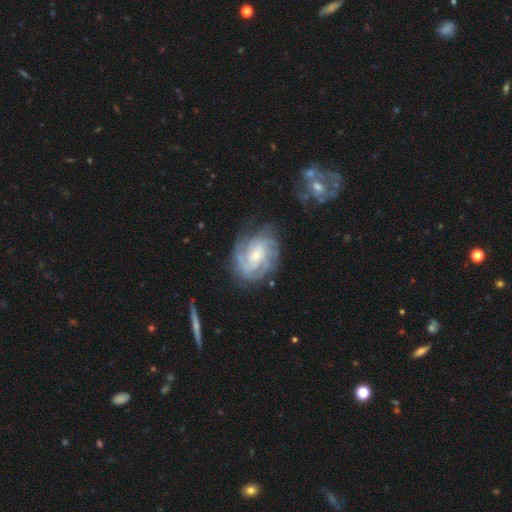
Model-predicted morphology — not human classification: Smooth or featured?
  - featured or disk: 87% *
  - smooth: 7%
  - star or artifact: 6%
Edge-on disk?
  - no: 97% *
  - yes: 3%
Bar?
  - no: 59% *
  - weak: 33%
  - strong: 7%
Spiral arms?
  - yes: 97% *
  - no: 3%
Spiral winding?
  - tight: 60% *
  - medium: 32%
  - loose: 7%
Spiral arm count?
  - 4: 28% *
  - can't tell: 25%
  - 3: 20%
  - 2: 12%
  - more than 4: 10%
  - 1: 6%
Bulge size?
  - small: 65% *
  - moderate: 29%
  - none: 3%
  - large: 2%
  - dominant: 1%
Merging?
  - none: 73% *
  - minor disturbance: 18%
  - major disturbance: 7%
  - merger: 2%